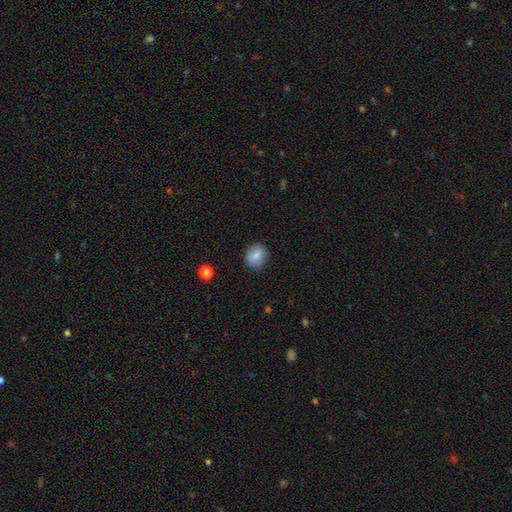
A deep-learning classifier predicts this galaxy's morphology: Smooth or featured?
  - smooth: 81% *
  - featured or disk: 11%
  - star or artifact: 8%
How rounded?
  - round: 70% *
  - in between: 29%
  - cigar-shaped: 1%
Merging?
  - none: 79% *
  - minor disturbance: 16%
  - major disturbance: 4%
  - merger: 1%